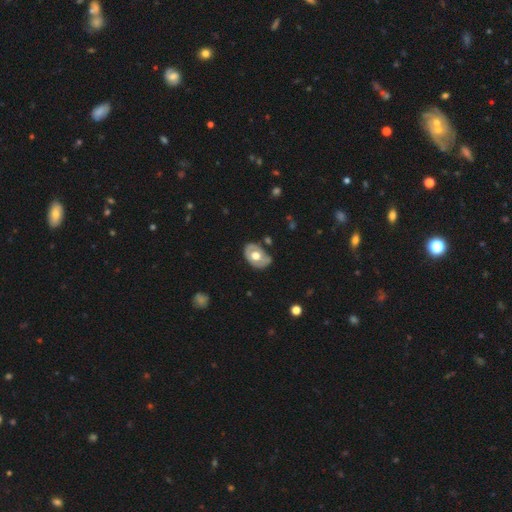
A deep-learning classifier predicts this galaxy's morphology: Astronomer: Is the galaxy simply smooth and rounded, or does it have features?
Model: featured or disk — 49% (runner-up: smooth, 45%).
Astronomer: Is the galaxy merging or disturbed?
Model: none — 70%.